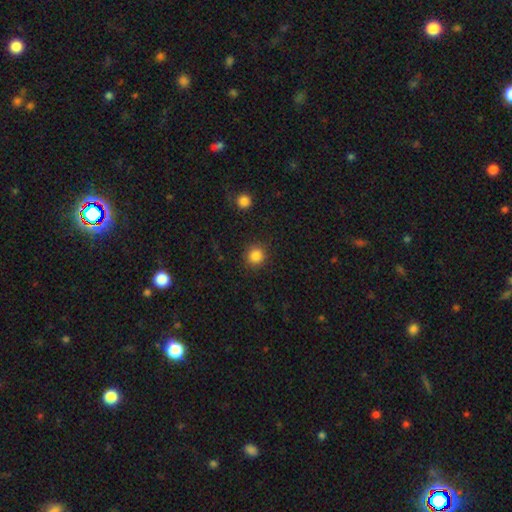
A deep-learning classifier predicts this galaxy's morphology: This is clearly a smooth galaxy (85%). How rounded: clearly round (92%). Merging: clearly none (89%).